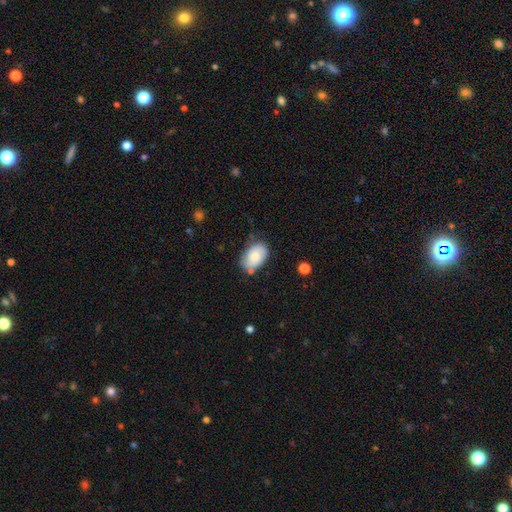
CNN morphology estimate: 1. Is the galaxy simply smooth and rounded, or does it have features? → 74% smooth, 19% featured or disk, 7% star or artifact.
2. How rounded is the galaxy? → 88% in between, 10% round, 1% cigar-shaped.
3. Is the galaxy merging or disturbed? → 68% none, 22% minor disturbance, 5% major disturbance, 5% merger.